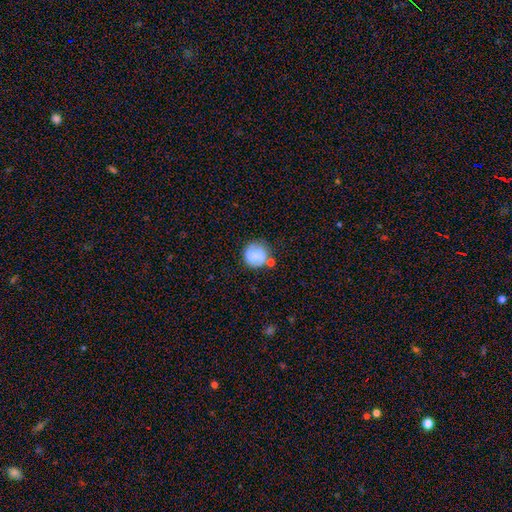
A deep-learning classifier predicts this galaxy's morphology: type=featured or disk (46%, tied with smooth); merging=none (66%).